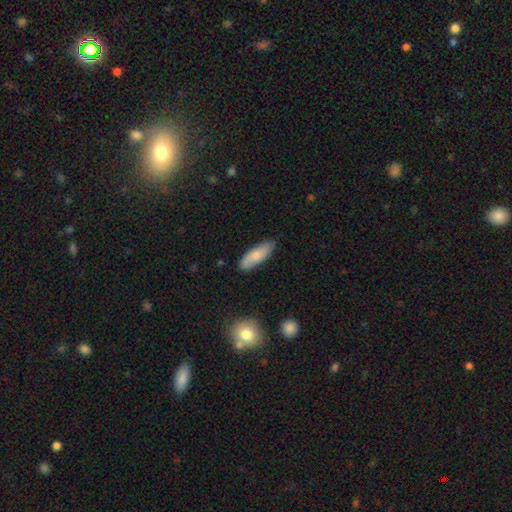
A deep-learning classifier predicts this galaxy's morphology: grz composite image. It shows a smooth galaxy with no disk features (77%) that is in between round and cigar-shaped (56%). Merging: none (83%).